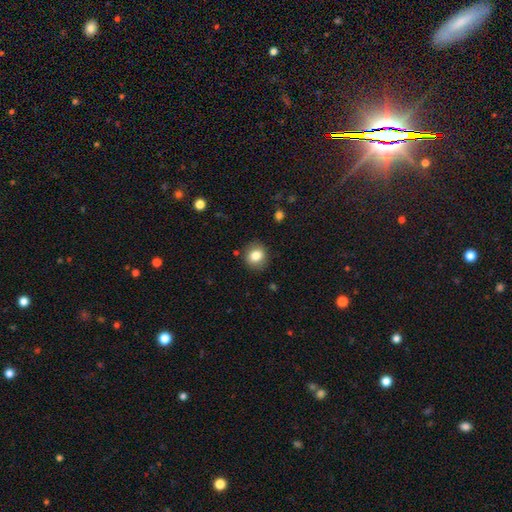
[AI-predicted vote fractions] Smooth or featured? smooth (82%)
How rounded? round (78%)
Merging? none (86%)